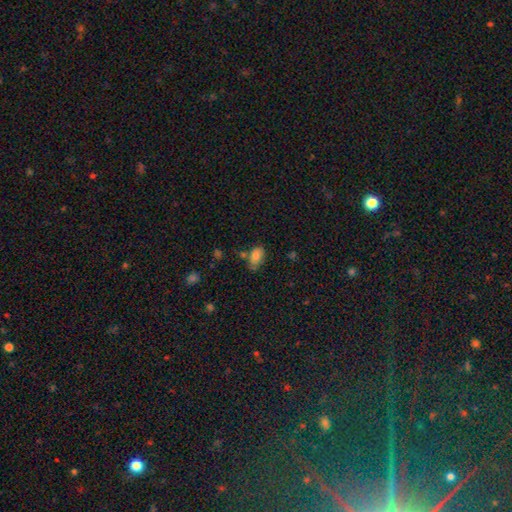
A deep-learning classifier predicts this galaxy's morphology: This is likely a smooth galaxy (79%). How rounded: clearly in between (89%). Merging: possibly none (55%).